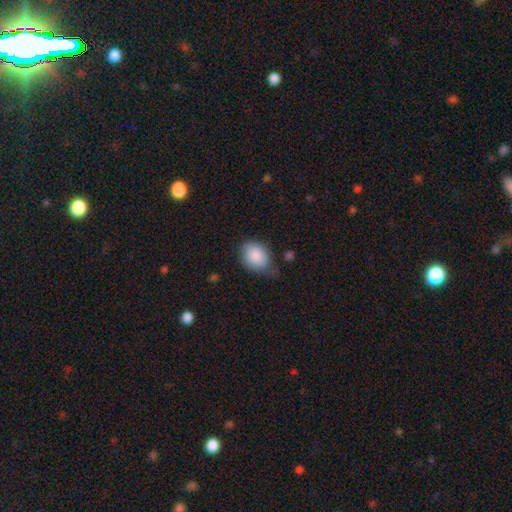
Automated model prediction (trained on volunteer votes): Q: Smooth or featured?
A: smooth (87%); runner-up: star or artifact (7%)
Q: How rounded?
A: in between (57%); runner-up: round (42%)
Q: Merging?
A: none (53%); runner-up: minor disturbance (35%)